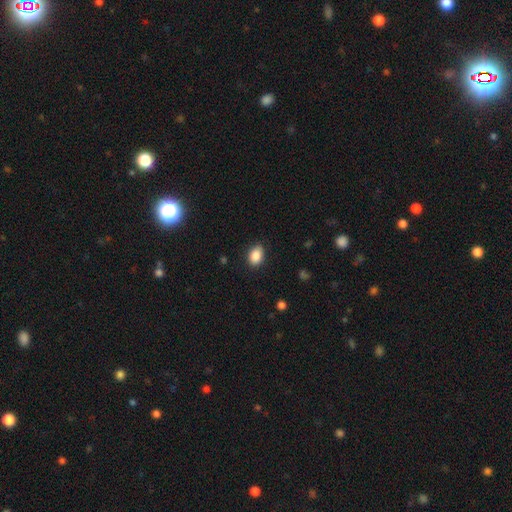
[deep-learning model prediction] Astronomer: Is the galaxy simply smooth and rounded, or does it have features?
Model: smooth — 88%.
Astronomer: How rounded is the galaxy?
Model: in between — 74%.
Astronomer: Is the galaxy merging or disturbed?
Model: none — 83%.